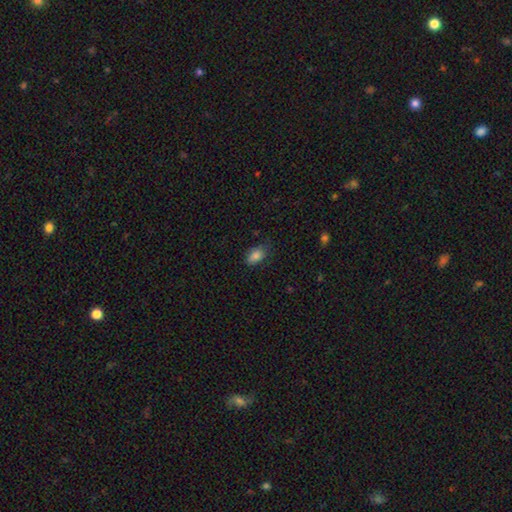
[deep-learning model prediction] Smooth or featured? Predicted: smooth (p=0.85). How rounded? Predicted: in between (p=0.89). Merging? Predicted: none (p=0.73).